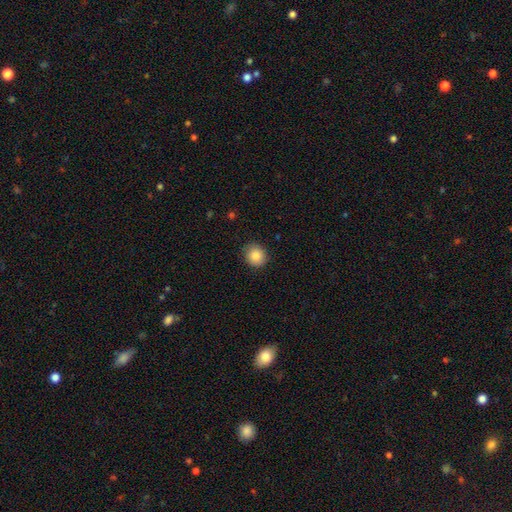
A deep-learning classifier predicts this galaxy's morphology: smooth_or_featured: smooth (p=0.87) [alt: star or artifact p=0.08]
how_rounded: round (p=0.84) [alt: in between p=0.15]
merging: none (p=0.86) [alt: minor disturbance p=0.10]